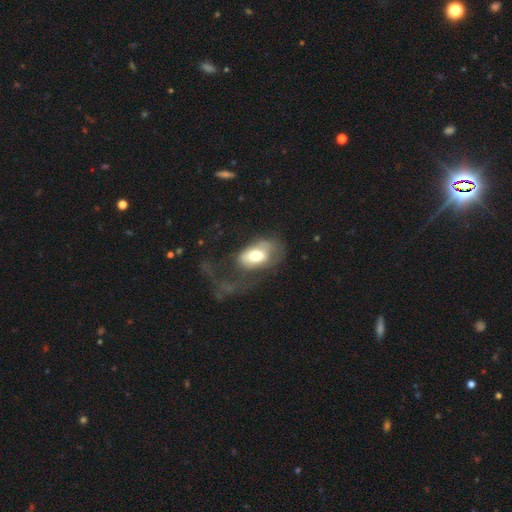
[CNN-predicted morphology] This appears to be a smooth galaxy with no disk features (58%) that is in between round and cigar-shaped (87%). Merging: major disturbance (59%).